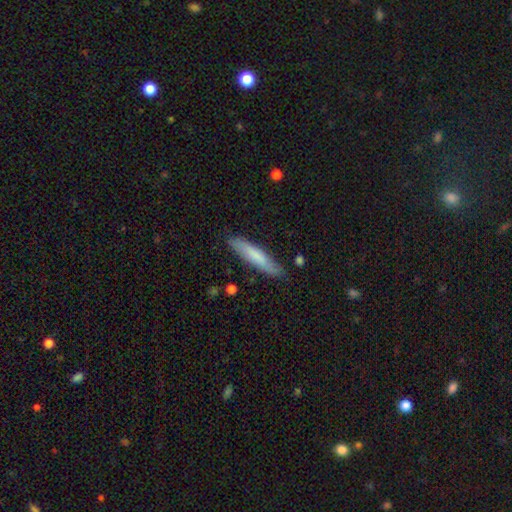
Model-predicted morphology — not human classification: smooth_or_featured: smooth (p=0.71) [alt: featured or disk p=0.23]
how_rounded: cigar-shaped (p=0.87) [alt: in between p=0.12]
merging: none (p=0.82) [alt: minor disturbance p=0.14]